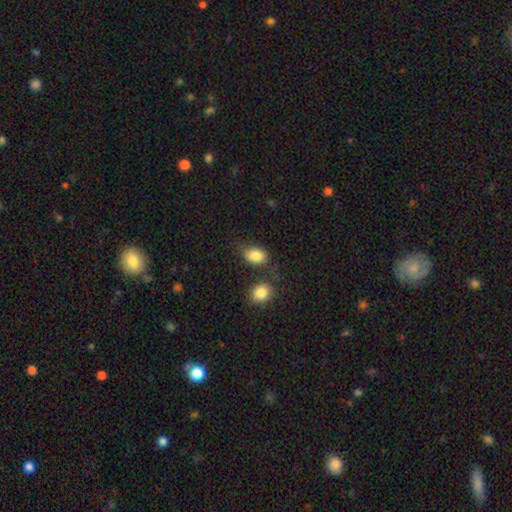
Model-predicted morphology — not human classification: Smooth or featured?
  - smooth: 84% *
  - star or artifact: 9%
  - featured or disk: 7%
How rounded?
  - in between: 76% *
  - round: 23%
  - cigar-shaped: 1%
Merging?
  - none: 62% *
  - minor disturbance: 20%
  - merger: 12%
  - major disturbance: 6%